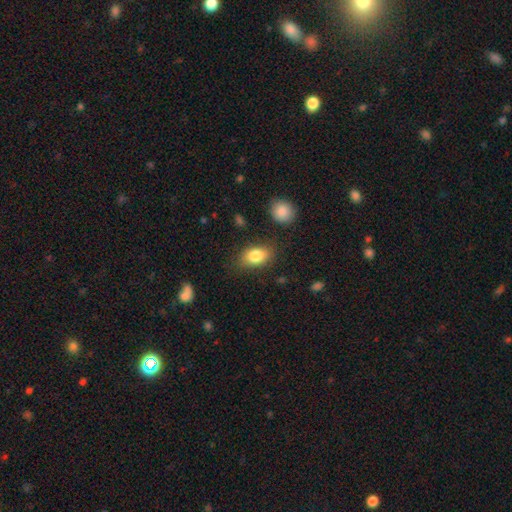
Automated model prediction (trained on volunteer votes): This is clearly a smooth galaxy (83%). How rounded: clearly in between (85%). Merging: likely none (79%).